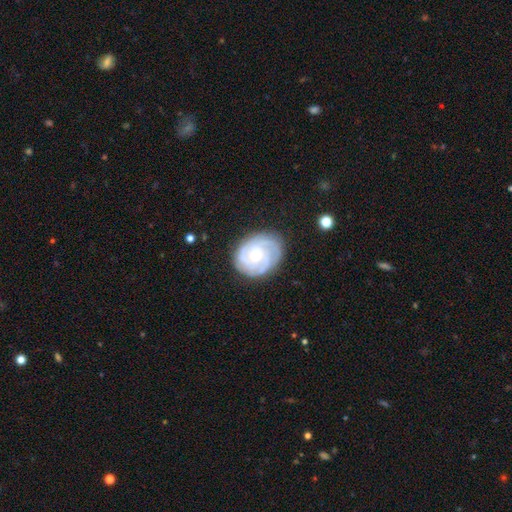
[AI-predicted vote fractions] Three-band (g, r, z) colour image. It shows a featured or disk galaxy (83%) with no bar (74%), 3 (37%) tight (69%) spiral arms (96%) and a moderate central bulge (49%). Merging: none (79%).